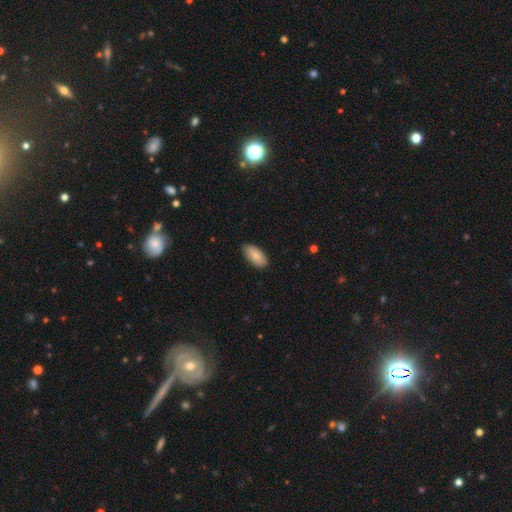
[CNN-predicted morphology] This is clearly a smooth galaxy (82%). How rounded: clearly in between (93%). Merging: clearly none (86%).